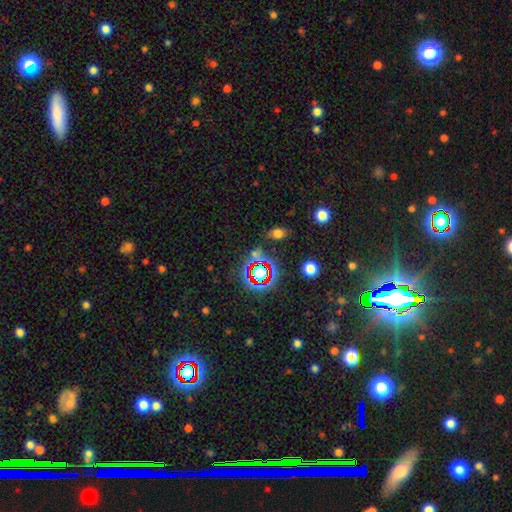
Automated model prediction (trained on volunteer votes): This is possibly a star or artifact rather than a galaxy (56%).